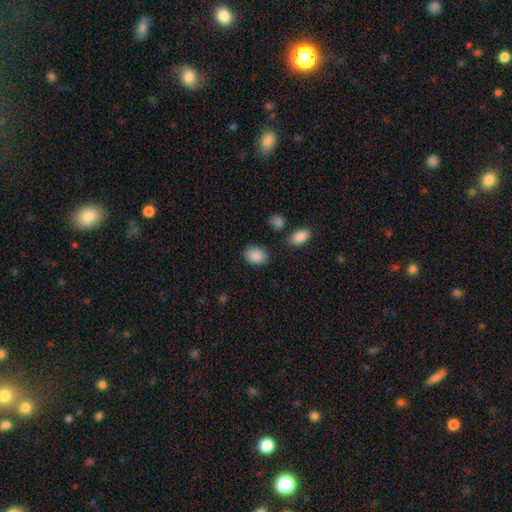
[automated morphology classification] A smooth galaxy with no disk features (88%) that is in between round and cigar-shaped (72%).

Vote fractions:
- Smooth or featured? smooth: 88% / star or artifact: 7% / featured or disk: 4%
- How rounded? in between: 72% / round: 26% / cigar-shaped: 1%
- Merging? none: 79% / minor disturbance: 14% / major disturbance: 4% / merger: 3%